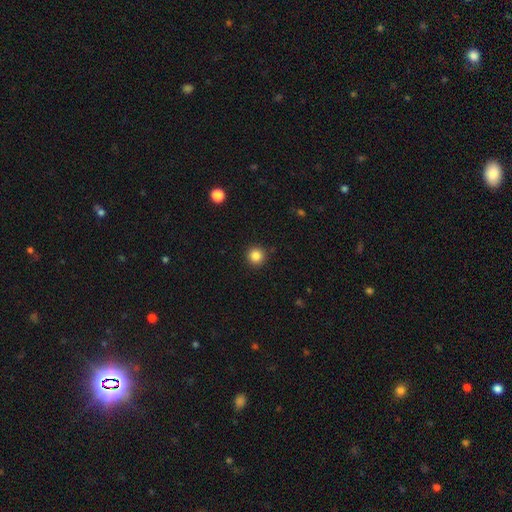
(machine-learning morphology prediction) Q: Smooth or featured?
A: smooth (85%); runner-up: star or artifact (11%)
Q: How rounded?
A: round (95%); runner-up: in between (4%)
Q: Merging?
A: none (92%); runner-up: minor disturbance (5%)